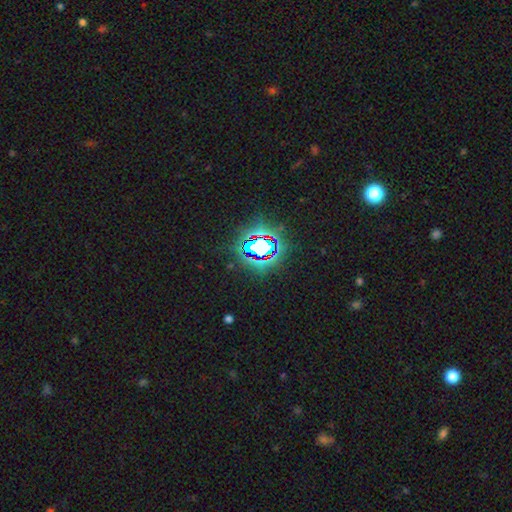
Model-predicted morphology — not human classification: Smooth or featured? Predicted: star or artifact (p=0.80).